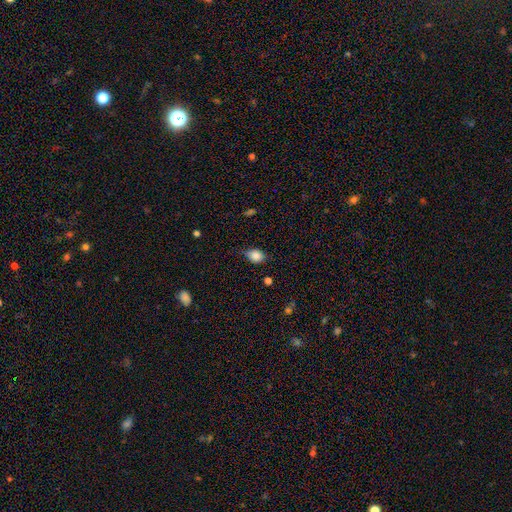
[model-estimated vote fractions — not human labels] A smooth galaxy with no disk features (82%) that is in between round and cigar-shaped (61%).

Vote fractions:
- Smooth or featured? smooth: 82% / star or artifact: 9% / featured or disk: 9%
- How rounded? in between: 61% / round: 37% / cigar-shaped: 2%
- Merging? none: 61% / minor disturbance: 31% / major disturbance: 6% / merger: 2%